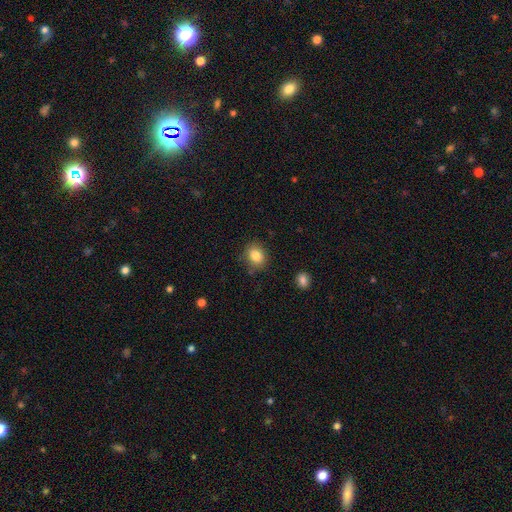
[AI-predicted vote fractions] Smooth or featured: smooth — 84% (star or artifact — 9%)
How rounded: round — 59% (in between — 41%)
Merging: none — 83% (minor disturbance — 11%)